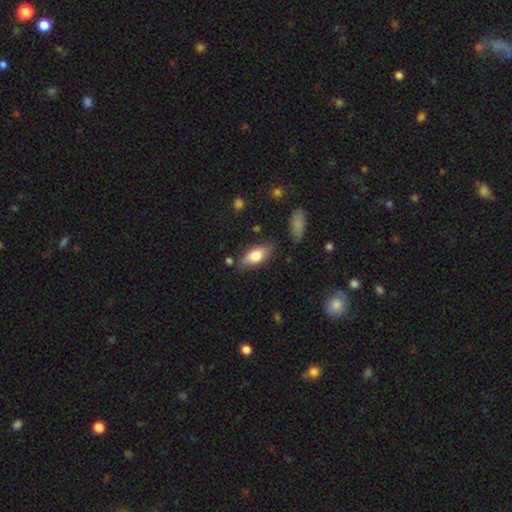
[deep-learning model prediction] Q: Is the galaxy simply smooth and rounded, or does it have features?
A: smooth — 71%.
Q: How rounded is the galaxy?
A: in between — 82%.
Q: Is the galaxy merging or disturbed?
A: none — 77%.